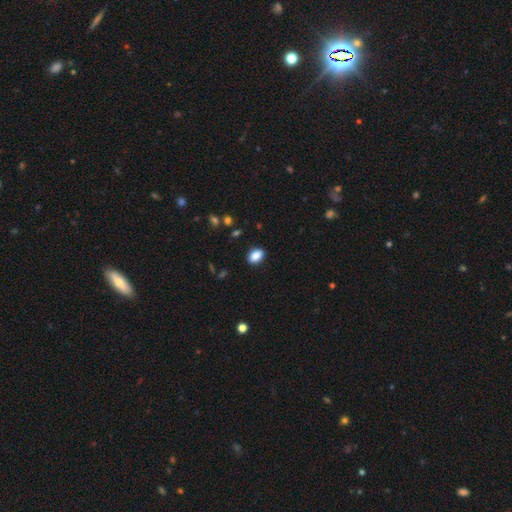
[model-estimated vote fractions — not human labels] Q: Smooth or featured?
A: smooth (88%); runner-up: star or artifact (8%)
Q: How rounded?
A: in between (82%); runner-up: round (16%)
Q: Merging?
A: none (88%); runner-up: minor disturbance (9%)